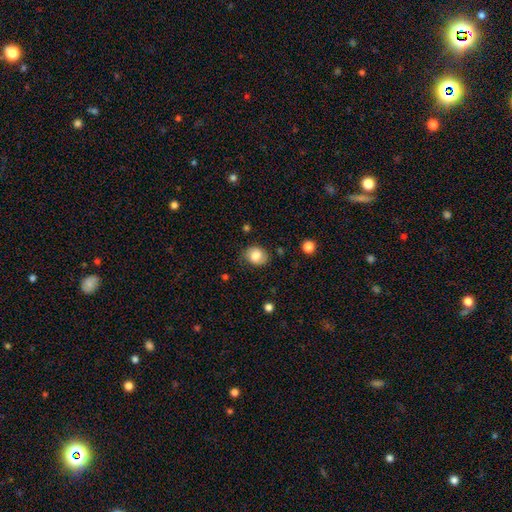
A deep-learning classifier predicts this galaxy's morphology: Smooth or featured? smooth (78%)
How rounded? round (61%)
Merging? none (75%)